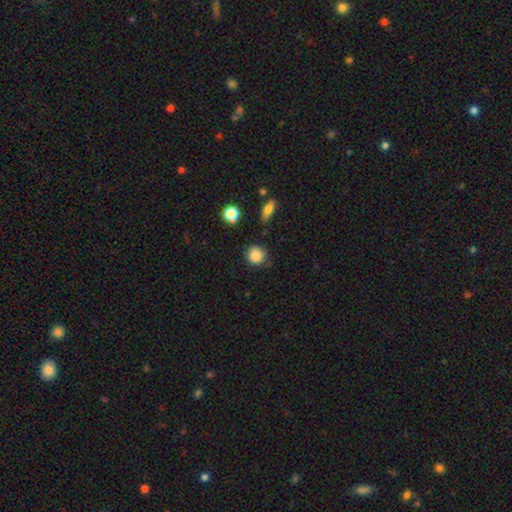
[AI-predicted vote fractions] This appears to be a smooth galaxy with no disk features (86%) that is round (87%). Merging: none (79%).